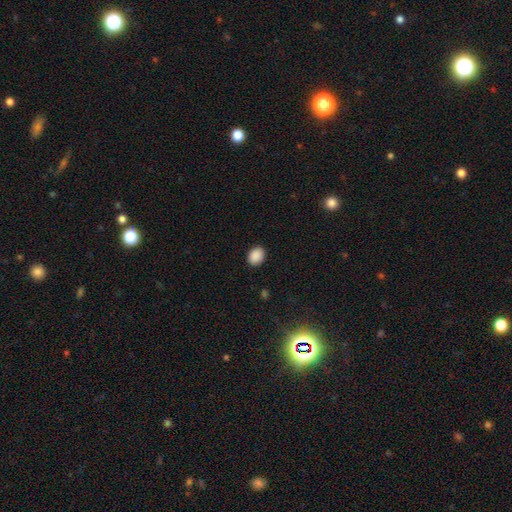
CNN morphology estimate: The model was most divided on "how rounded": in between: 57%, round: 42%, cigar-shaped: 1%. More confident: merging — none (90%); smooth or featured — smooth (89%).